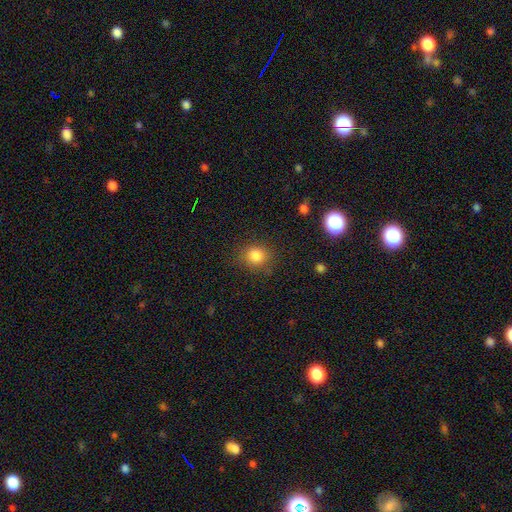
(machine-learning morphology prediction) smooth_or_featured: smooth (p=0.83) [alt: star or artifact p=0.12]
how_rounded: round (p=0.79) [alt: in between p=0.20]
merging: none (p=0.82) [alt: minor disturbance p=0.12]